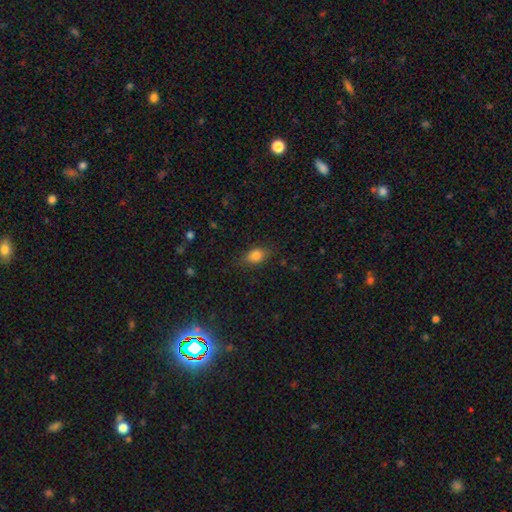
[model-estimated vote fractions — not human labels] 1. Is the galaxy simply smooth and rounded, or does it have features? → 81% smooth, 10% star or artifact, 9% featured or disk.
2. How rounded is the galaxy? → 77% in between, 20% round, 3% cigar-shaped.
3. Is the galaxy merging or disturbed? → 81% none, 14% minor disturbance, 4% major disturbance, 1% merger.